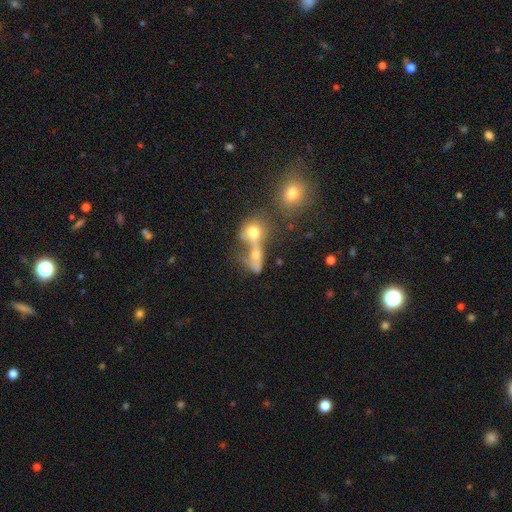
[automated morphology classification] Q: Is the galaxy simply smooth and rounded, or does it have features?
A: smooth — 57%.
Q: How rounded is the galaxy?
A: in between — 56%.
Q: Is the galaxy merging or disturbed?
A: merger — 65%.